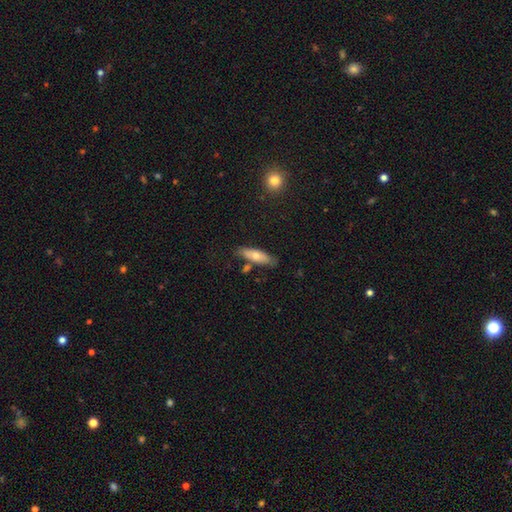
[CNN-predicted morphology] smooth-or-featured: smooth: 64% | featured or disk: 30% | star or artifact: 7%
  how-rounded: in between: 50% | cigar-shaped: 47% | round: 2%
  merging: none: 72% | minor disturbance: 17% | merger: 7% | major disturbance: 4%